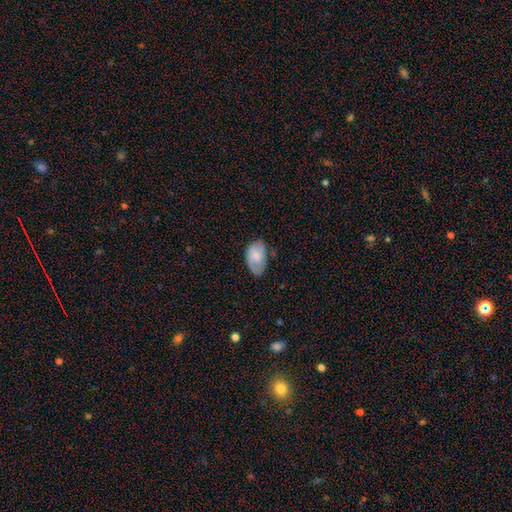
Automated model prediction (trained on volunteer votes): smooth-or-featured: smooth: 68% | featured or disk: 25% | star or artifact: 7%
  how-rounded: in between: 92% | round: 7% | cigar-shaped: 1%
  merging: none: 60% | minor disturbance: 30% | major disturbance: 8% | merger: 2%